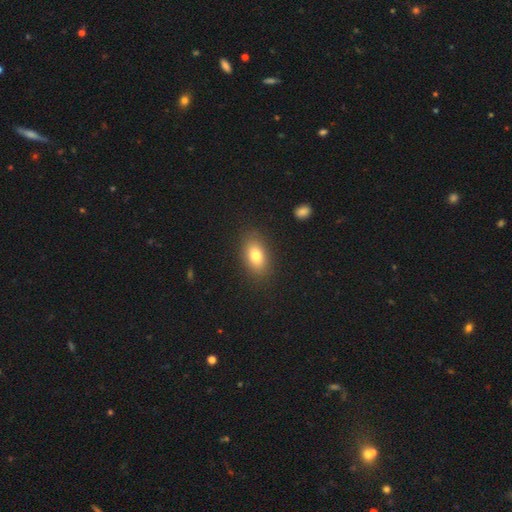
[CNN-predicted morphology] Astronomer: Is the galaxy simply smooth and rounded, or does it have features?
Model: smooth — 80%.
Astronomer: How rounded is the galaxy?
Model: in between — 88%.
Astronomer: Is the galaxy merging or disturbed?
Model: none — 86%.